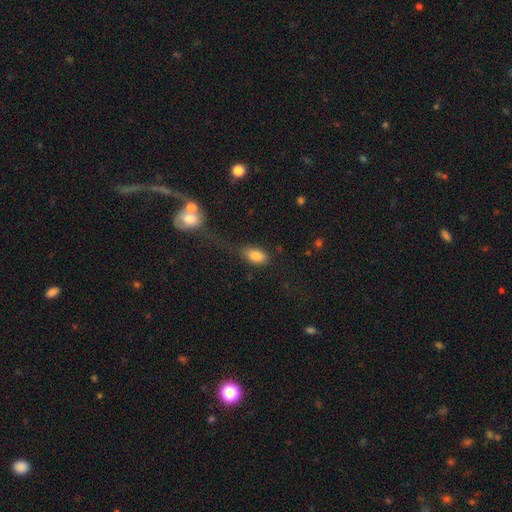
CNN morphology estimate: type=smooth (84%); roundness=in between (91%); merging=none (60%).